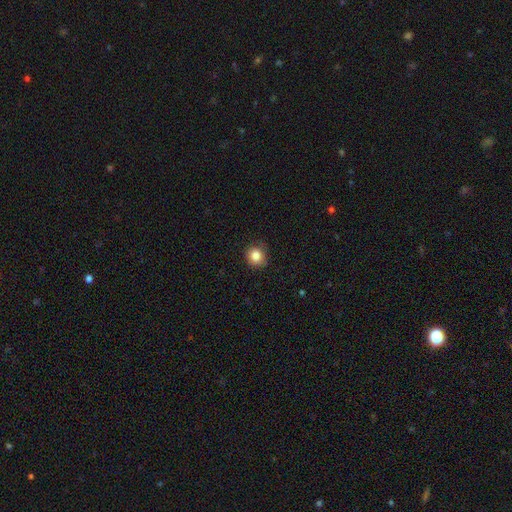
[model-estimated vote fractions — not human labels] Overall: smooth (85%). How rounded: round (88%). Merging: none (86%).